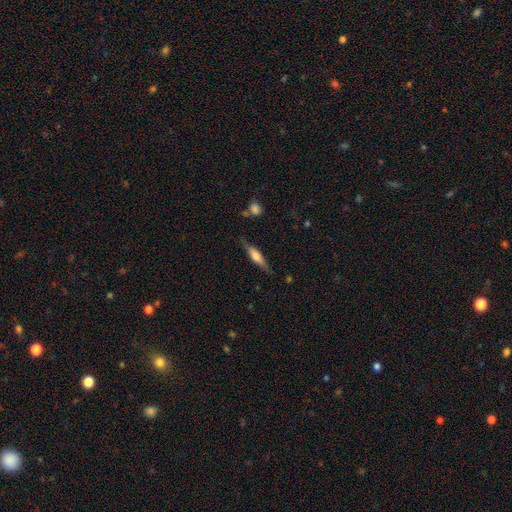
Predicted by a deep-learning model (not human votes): smooth-or-featured: smooth: 48% | featured or disk: 46% | star or artifact: 6%
  merging: none: 78% | minor disturbance: 16% | major disturbance: 4% | merger: 2%